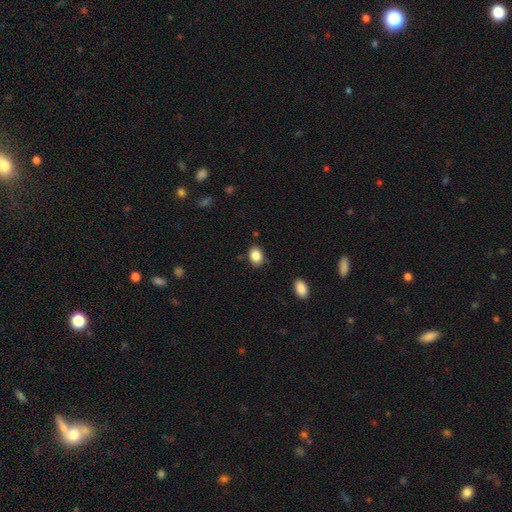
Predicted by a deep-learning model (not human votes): The model was most divided on "how rounded": in between: 67%, round: 32%, cigar-shaped: 1%. More confident: smooth or featured — smooth (86%); merging — none (82%).